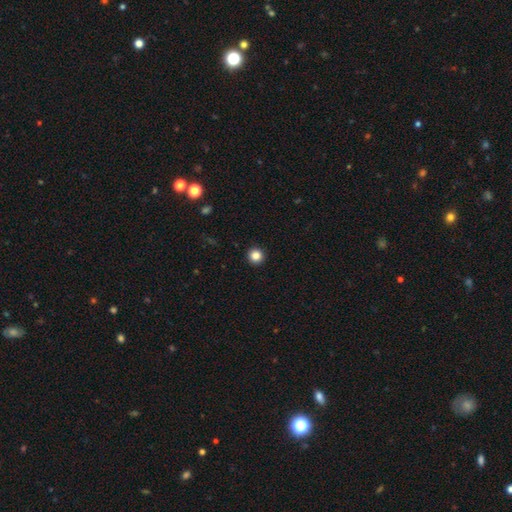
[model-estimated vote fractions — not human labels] smooth_or_featured: smooth (p=0.85) [alt: star or artifact p=0.11]
how_rounded: round (p=0.95) [alt: in between p=0.04]
merging: none (p=0.94) [alt: minor disturbance p=0.04]